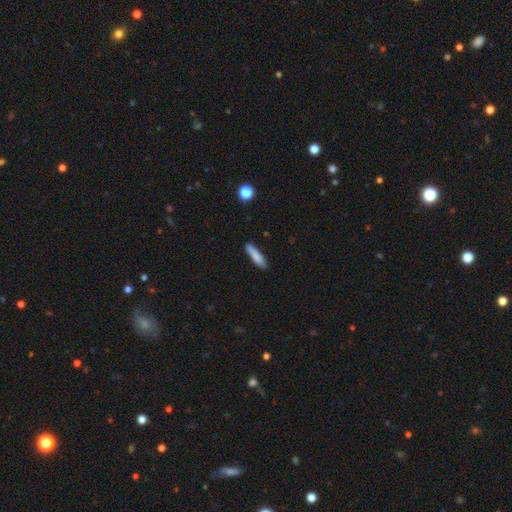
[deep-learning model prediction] Smooth or featured?
  - smooth: 83% *
  - featured or disk: 10%
  - star or artifact: 7%
How rounded?
  - cigar-shaped: 81% *
  - in between: 17%
  - round: 2%
Merging?
  - none: 80% *
  - minor disturbance: 15%
  - major disturbance: 3%
  - merger: 2%